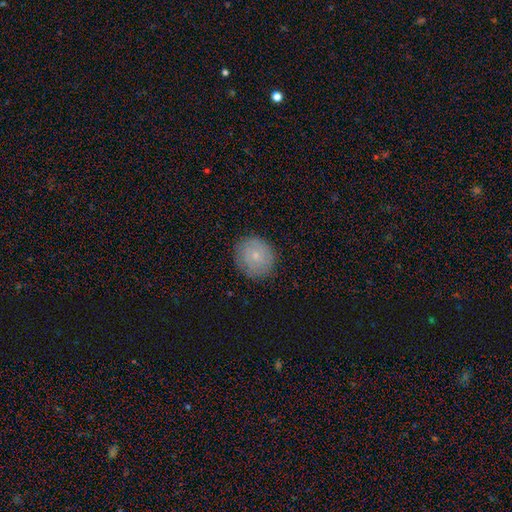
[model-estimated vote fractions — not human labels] A smooth galaxy with no disk features (67%) that is round (86%). Merging: none (86%).